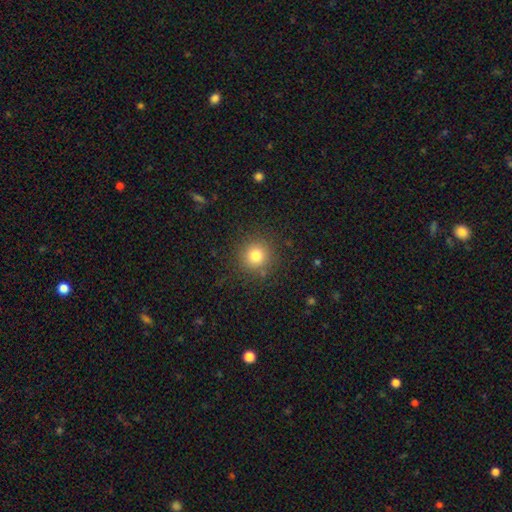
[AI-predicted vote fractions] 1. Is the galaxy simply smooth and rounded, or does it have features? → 79% smooth, 14% star or artifact, 7% featured or disk.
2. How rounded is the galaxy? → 94% round, 5% in between, 1% cigar-shaped.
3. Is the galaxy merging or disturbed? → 88% none, 7% minor disturbance, 3% major disturbance, 2% merger.